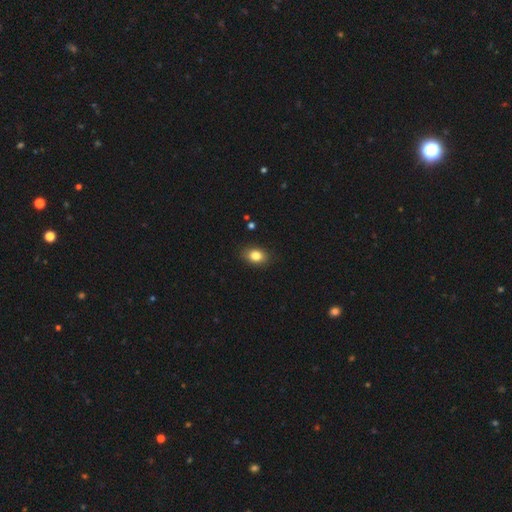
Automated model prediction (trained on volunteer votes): A smooth galaxy with no disk features (83%) that is in between round and cigar-shaped (71%). Merging: none (87%).